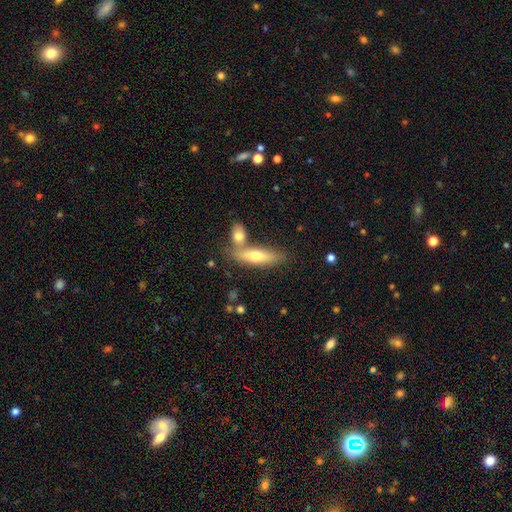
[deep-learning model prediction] The model was most divided on "how rounded": cigar-shaped: 57%, in between: 40%, round: 2%. More confident: smooth or featured — smooth (61%); merging — none (54%).